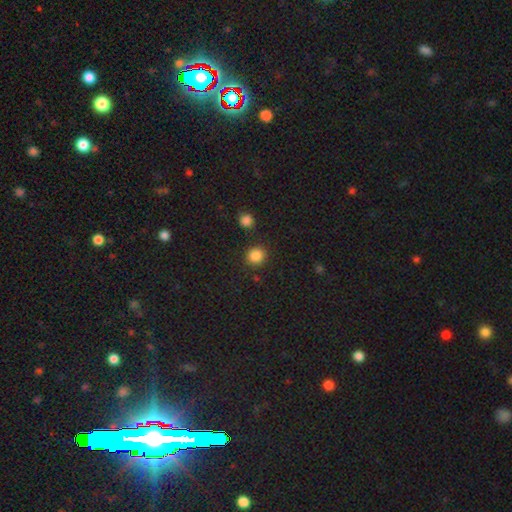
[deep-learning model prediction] A smooth galaxy with no disk features (86%) that is round (84%). Merging: none (86%).